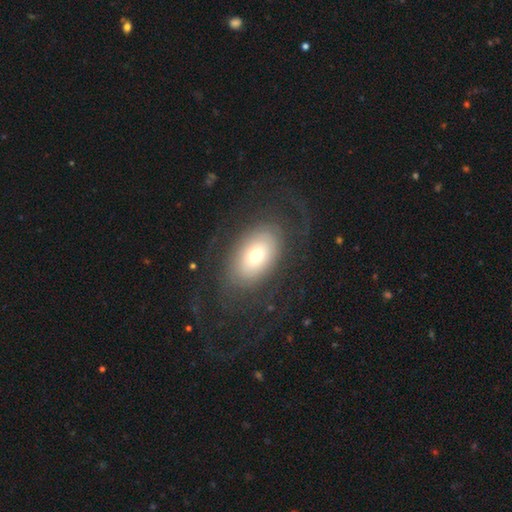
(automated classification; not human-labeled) The model was most divided on "smooth or featured": smooth: 47%, featured or disk: 45%, star or artifact: 9%. More confident: merging — none (69%).